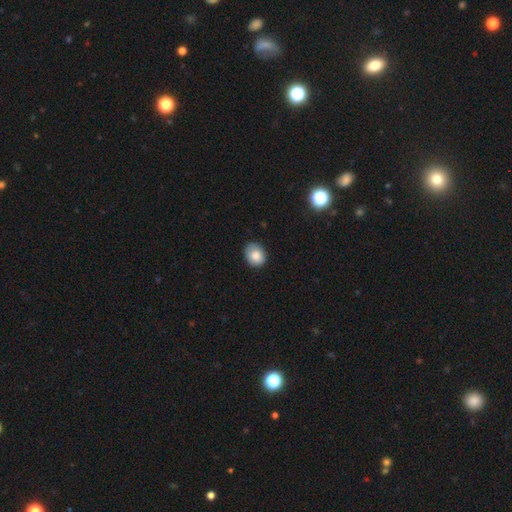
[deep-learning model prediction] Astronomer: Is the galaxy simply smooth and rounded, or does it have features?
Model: smooth — 82%.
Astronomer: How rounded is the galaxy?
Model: round — 53% (runner-up: in between, 47%).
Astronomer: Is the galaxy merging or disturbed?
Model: none — 79%.